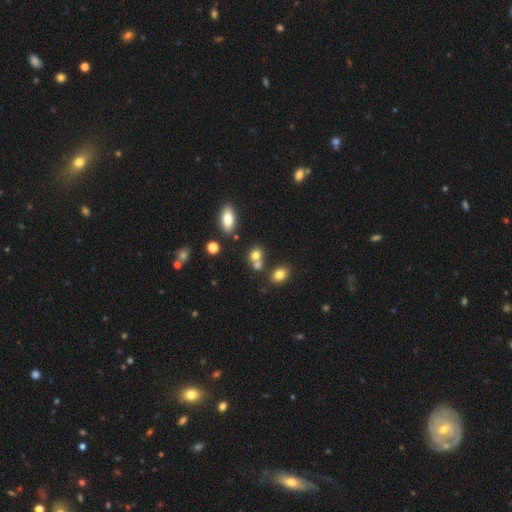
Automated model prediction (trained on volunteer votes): Smooth or featured? smooth (75%)
How rounded? round (57%)
Merging? none (49%)